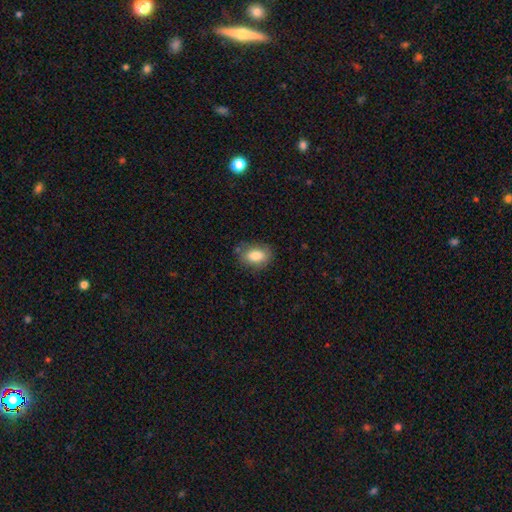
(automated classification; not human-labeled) Smooth or featured? Predicted: smooth (p=0.81). How rounded? Predicted: in between (p=0.85). Merging? Predicted: none (p=0.76).